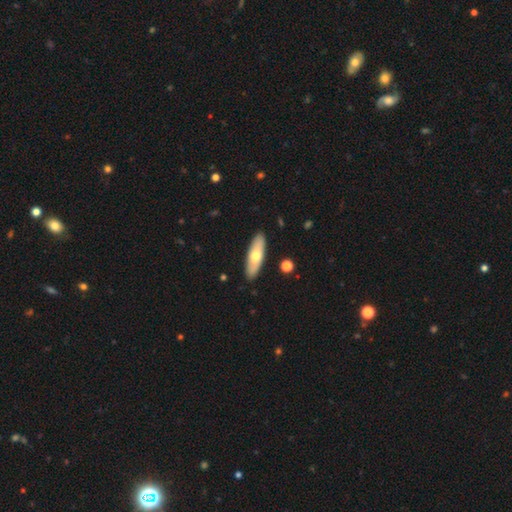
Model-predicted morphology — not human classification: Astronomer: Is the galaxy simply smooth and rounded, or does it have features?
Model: smooth — 62%.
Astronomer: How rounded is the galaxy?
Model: in between — 51% (runner-up: cigar-shaped, 47%).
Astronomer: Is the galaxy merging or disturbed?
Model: none — 90%.